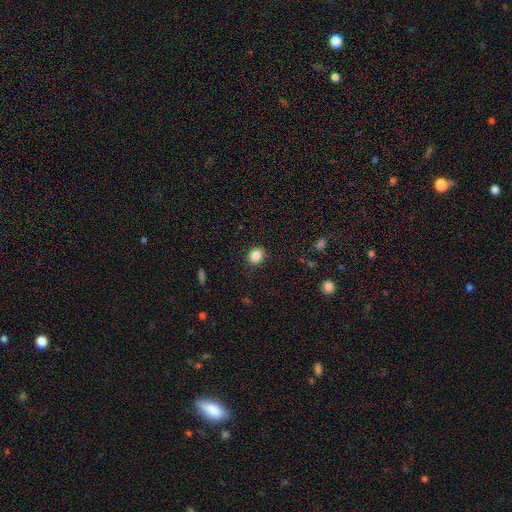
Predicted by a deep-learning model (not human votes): This appears to be a smooth galaxy with no disk features (85%) that is round (68%). Merging: none (87%).